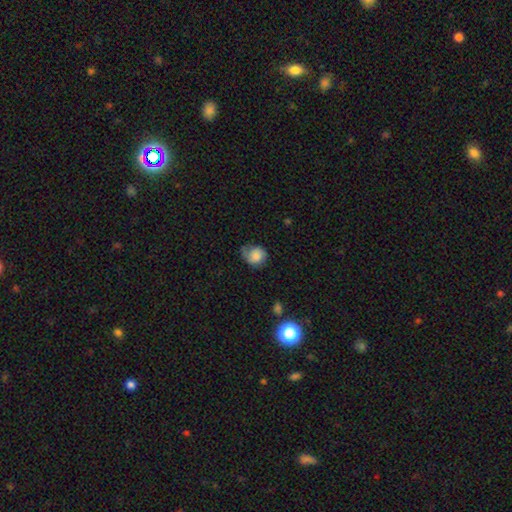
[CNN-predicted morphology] Smooth or featured: smooth — 68% (featured or disk — 23%)
How rounded: round — 68% (in between — 31%)
Merging: none — 43% (minor disturbance — 37%)